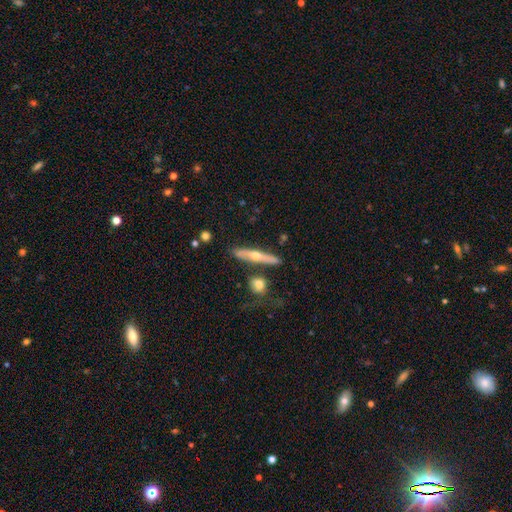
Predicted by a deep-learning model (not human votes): Q: Smooth or featured?
A: featured or disk (59%); runner-up: smooth (35%)
Q: Edge-on disk?
A: yes (92%); runner-up: no (8%)
Q: Edge-on bulge?
A: rounded (89%); runner-up: none (9%)
Q: Merging?
A: none (77%); runner-up: minor disturbance (12%)